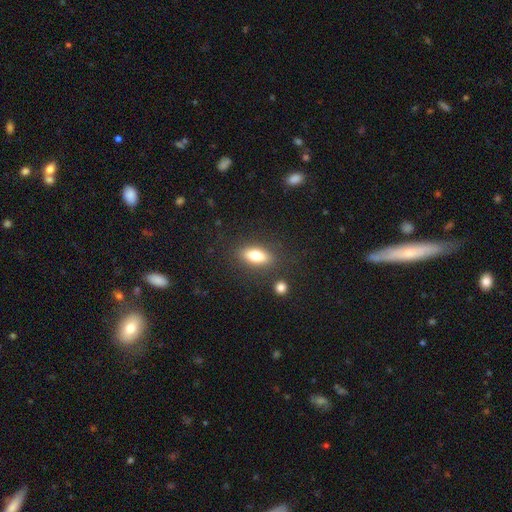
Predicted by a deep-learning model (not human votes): smooth-or-featured: smooth: 75% | featured or disk: 17% | star or artifact: 8%
  how-rounded: in between: 79% | cigar-shaped: 17% | round: 5%
  merging: none: 83% | minor disturbance: 10% | merger: 3% | major disturbance: 3%